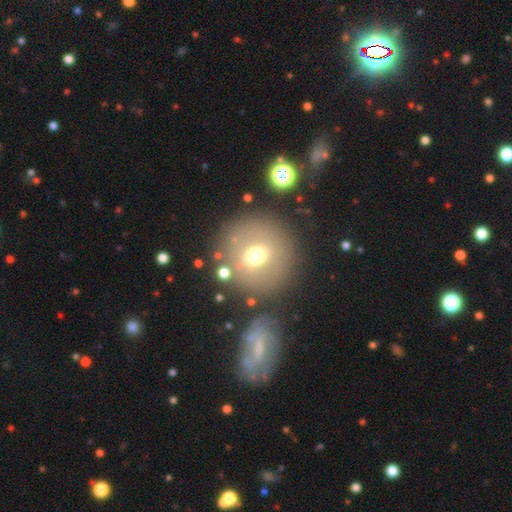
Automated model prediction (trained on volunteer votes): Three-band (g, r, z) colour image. It shows a smooth galaxy with no disk features (58%) that is round (89%). Merging: none (78%).